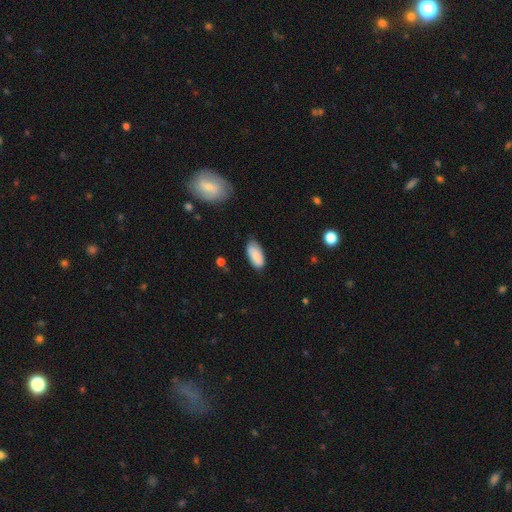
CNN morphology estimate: This appears to be a smooth galaxy with no disk features (86%) that is in between round and cigar-shaped (91%). Merging: none (74%).